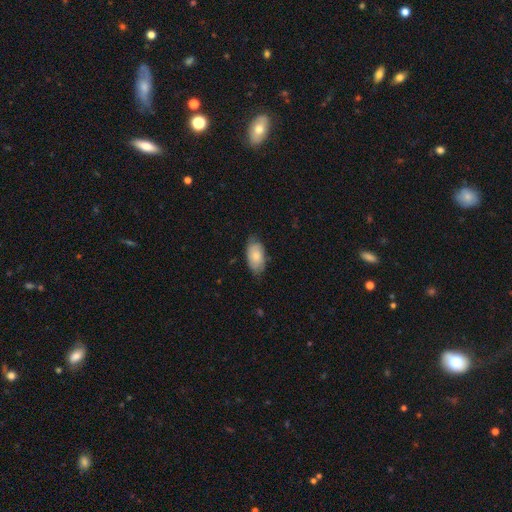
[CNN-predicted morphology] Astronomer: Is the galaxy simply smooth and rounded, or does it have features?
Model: smooth — 76%.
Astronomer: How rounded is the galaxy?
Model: in between — 94%.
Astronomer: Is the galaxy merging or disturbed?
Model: none — 70%.